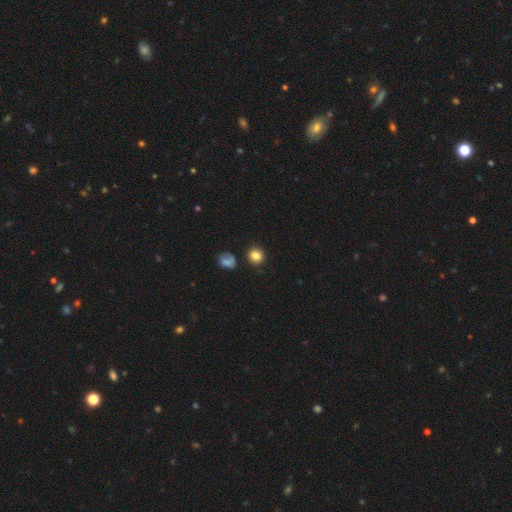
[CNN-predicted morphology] This is clearly a smooth galaxy (82%). How rounded: clearly round (84%). Merging: clearly none (81%).